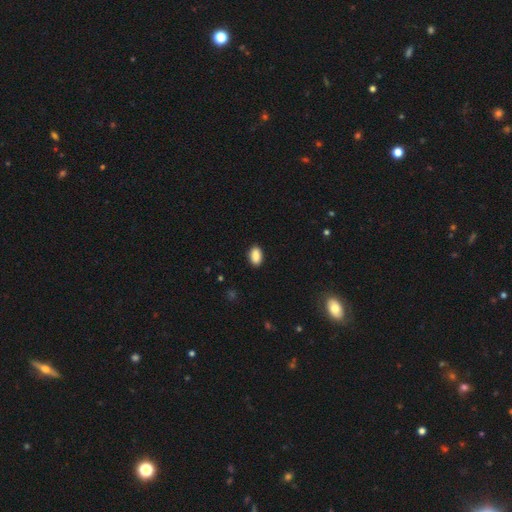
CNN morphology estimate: Overall: smooth (89%). How rounded: in between (93%). Merging: none (90%).